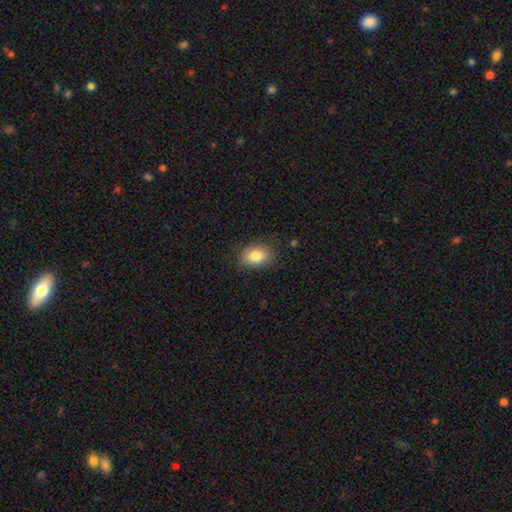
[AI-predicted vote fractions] A smooth galaxy with no disk features (83%) that is in between round and cigar-shaped (75%).

Vote fractions:
- Smooth or featured? smooth: 83% / star or artifact: 8% / featured or disk: 8%
- How rounded? in between: 75% / round: 24% / cigar-shaped: 1%
- Merging? none: 76% / minor disturbance: 18% / major disturbance: 4% / merger: 1%